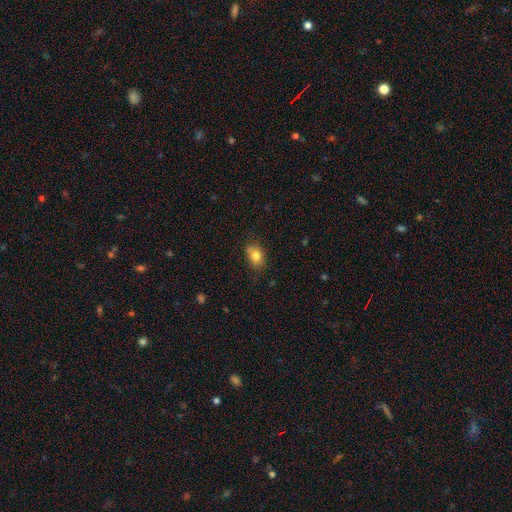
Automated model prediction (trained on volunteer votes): Q: Smooth or featured?
A: smooth (81%); runner-up: star or artifact (10%)
Q: How rounded?
A: in between (72%); runner-up: round (26%)
Q: Merging?
A: none (72%); runner-up: minor disturbance (20%)